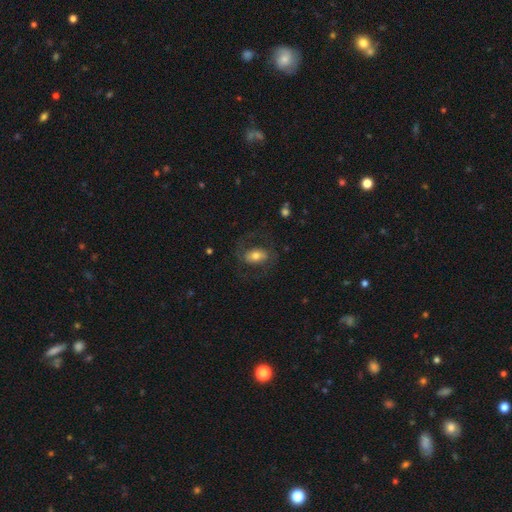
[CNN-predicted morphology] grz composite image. It shows a featured or disk galaxy (47%). Merging: none (65%).